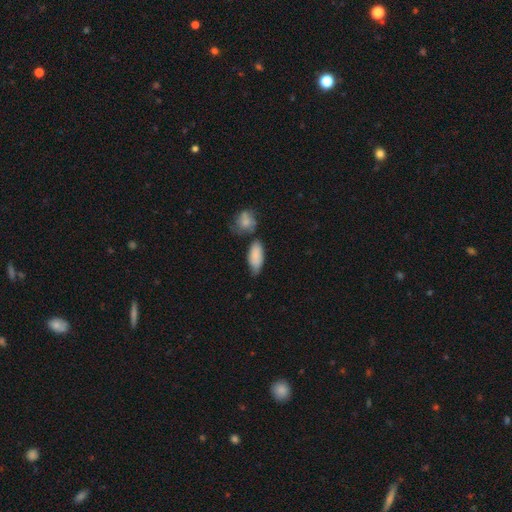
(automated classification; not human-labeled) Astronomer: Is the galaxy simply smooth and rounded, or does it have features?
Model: smooth — 82%.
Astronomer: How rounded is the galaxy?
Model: in between — 85%.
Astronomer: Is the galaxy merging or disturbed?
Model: none — 49% (runner-up: minor disturbance, 28%).